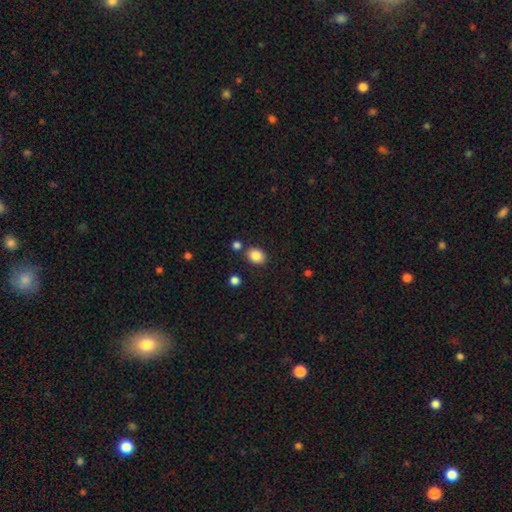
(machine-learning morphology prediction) A smooth galaxy with no disk features (86%) that is in between round and cigar-shaped (61%). Merging: none (81%).